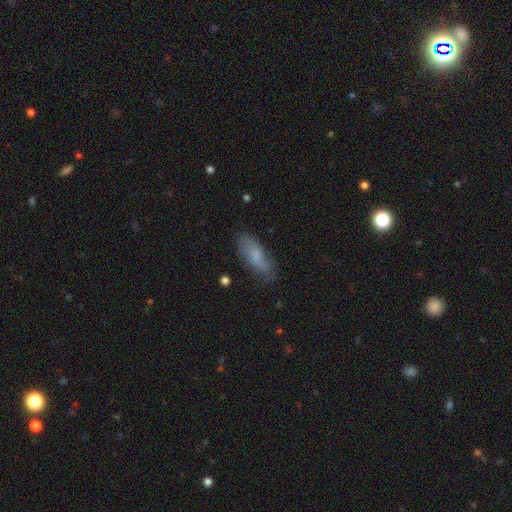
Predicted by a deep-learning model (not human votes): Smooth or featured? Predicted: smooth (p=0.67). How rounded? Predicted: in between (p=0.71). Merging? Predicted: none (p=0.70).